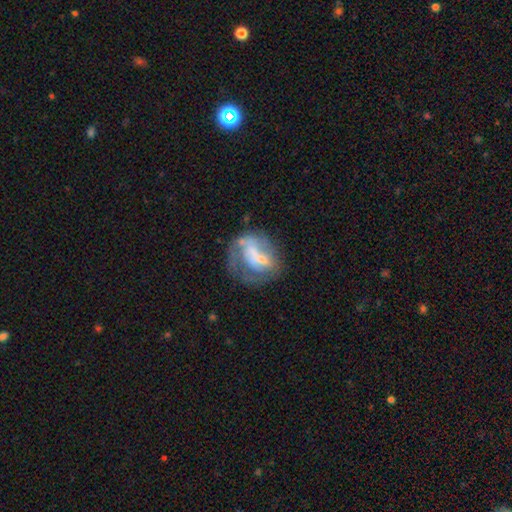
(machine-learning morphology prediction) A featured or disk galaxy (59%) with no bar (56%), no spiral arms (55%) and a small central bulge (38%).

Vote fractions:
- Smooth or featured? featured or disk: 59% / smooth: 32% / star or artifact: 9%
- Edge-on disk? no: 97% / yes: 3%
- Bar? no: 56% / weak: 30% / strong: 14%
- Spiral arms? no: 55% / yes: 45%
- Bulge size? small: 38% / none: 28% / moderate: 25% / large: 7% / dominant: 2%
- Merging? none: 38% / major disturbance: 32% / minor disturbance: 21% / merger: 9%